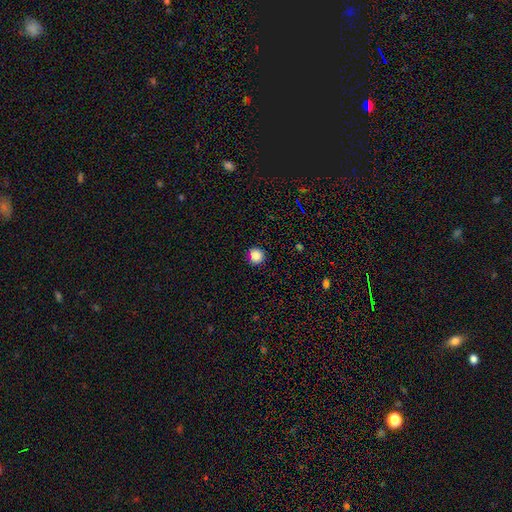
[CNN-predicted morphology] Q: Smooth or featured?
A: smooth (86%); runner-up: star or artifact (11%)
Q: How rounded?
A: round (94%); runner-up: in between (5%)
Q: Merging?
A: none (88%); runner-up: minor disturbance (8%)